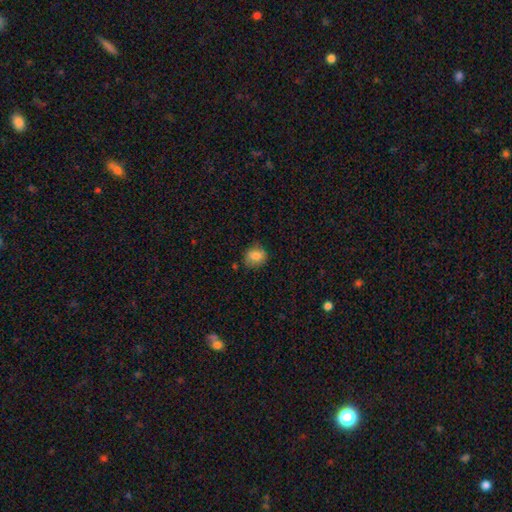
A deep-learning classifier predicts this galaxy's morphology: Smooth or featured?
  - smooth: 83% *
  - star or artifact: 9%
  - featured or disk: 8%
How rounded?
  - round: 68% *
  - in between: 31%
  - cigar-shaped: 1%
Merging?
  - none: 78% *
  - minor disturbance: 17%
  - major disturbance: 4%
  - merger: 2%